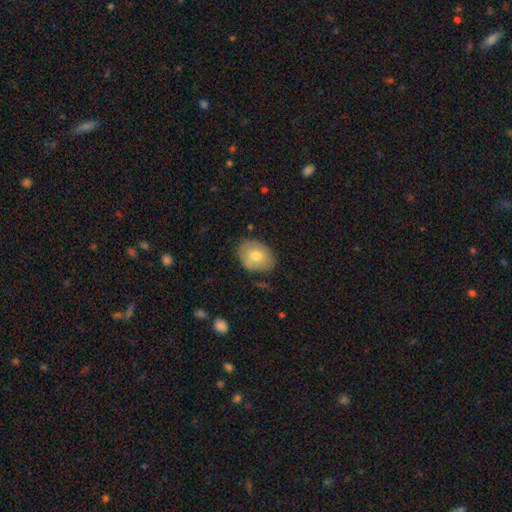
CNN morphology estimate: Overall: smooth (71%). How rounded: in between (70%). Merging: none (77%).